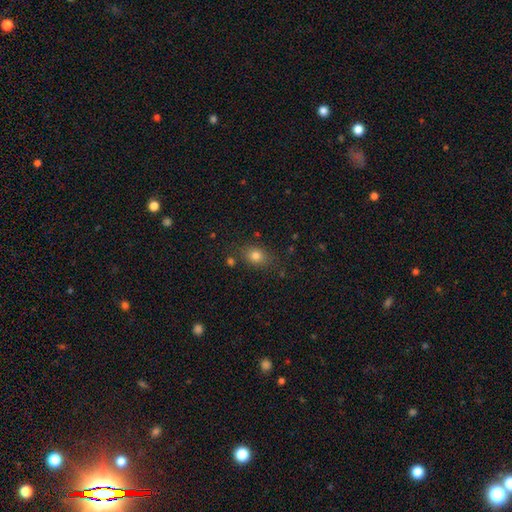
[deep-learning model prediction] A smooth galaxy with no disk features (79%) that is in between round and cigar-shaped (59%). Merging: none (77%).